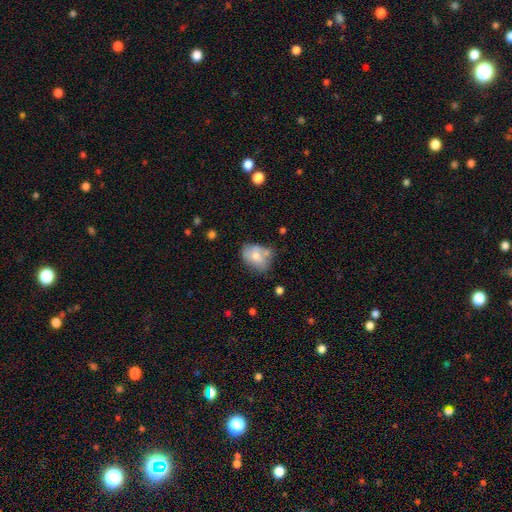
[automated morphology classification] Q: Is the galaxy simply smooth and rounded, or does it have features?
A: smooth — 63%.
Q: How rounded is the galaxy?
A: in between — 68%.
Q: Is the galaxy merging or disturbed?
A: none — 43%.